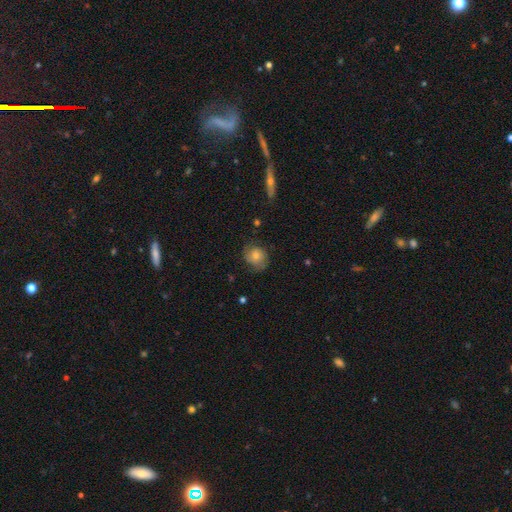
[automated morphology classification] smooth-or-featured: smooth: 47% | featured or disk: 43% | star or artifact: 10%
  merging: none: 70% | minor disturbance: 20% | major disturbance: 9% | merger: 1%